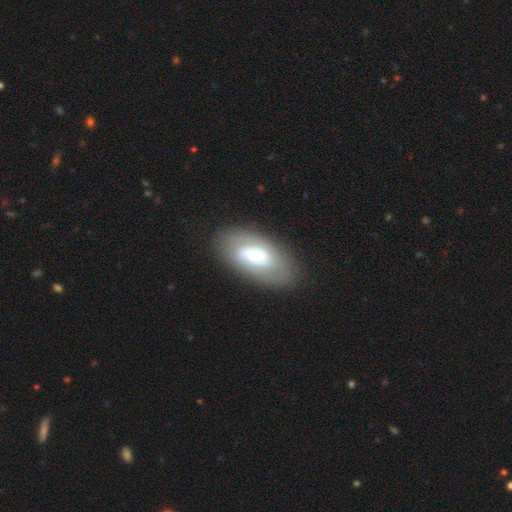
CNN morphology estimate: Overall: featured or disk (48%; smooth 45%). Merging: none (82%).